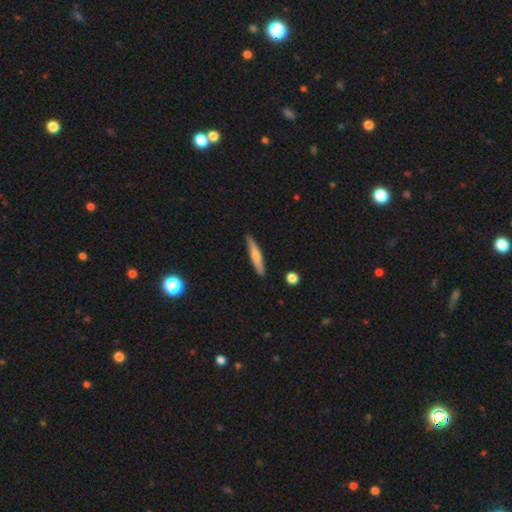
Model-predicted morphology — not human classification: Q: Smooth or featured?
A: smooth (54%); runner-up: featured or disk (40%)
Q: How rounded?
A: cigar-shaped (90%); runner-up: in between (9%)
Q: Merging?
A: none (88%); runner-up: minor disturbance (9%)